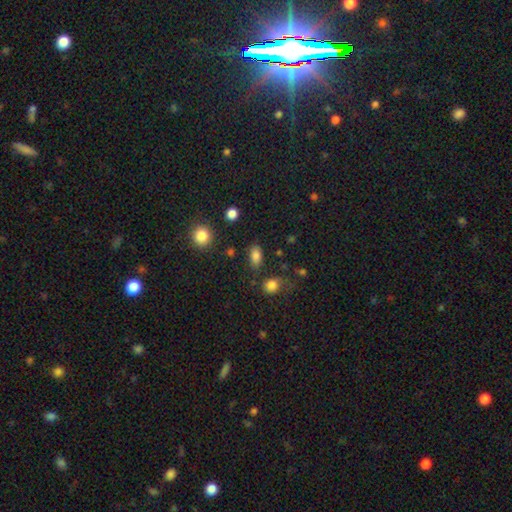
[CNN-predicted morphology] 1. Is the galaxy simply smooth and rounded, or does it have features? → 84% smooth, 10% star or artifact, 6% featured or disk.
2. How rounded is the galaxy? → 88% in between, 9% round, 4% cigar-shaped.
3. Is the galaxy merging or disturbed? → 77% none, 14% minor disturbance, 4% major disturbance, 4% merger.